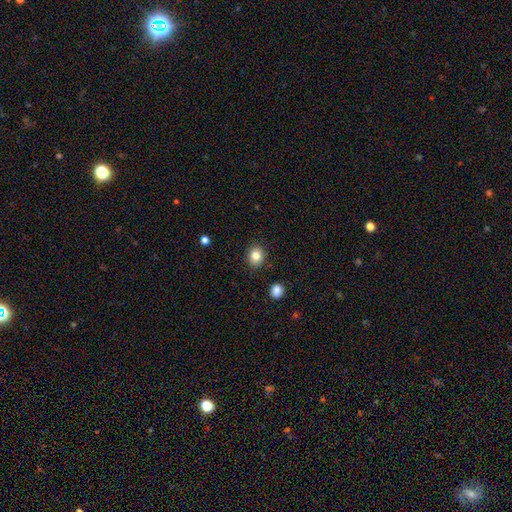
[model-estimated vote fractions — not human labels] Q: Smooth or featured?
A: smooth (83%); runner-up: star or artifact (10%)
Q: How rounded?
A: round (61%); runner-up: in between (38%)
Q: Merging?
A: none (88%); runner-up: minor disturbance (8%)